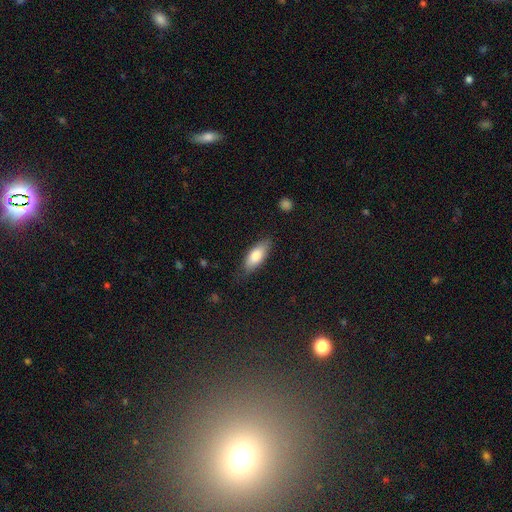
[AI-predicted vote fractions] A smooth galaxy with no disk features (80%) that is in between round and cigar-shaped (78%).

Vote fractions:
- Smooth or featured? smooth: 80% / featured or disk: 14% / star or artifact: 6%
- How rounded? in between: 78% / cigar-shaped: 20% / round: 2%
- Merging? none: 78% / minor disturbance: 17% / major disturbance: 4% / merger: 1%